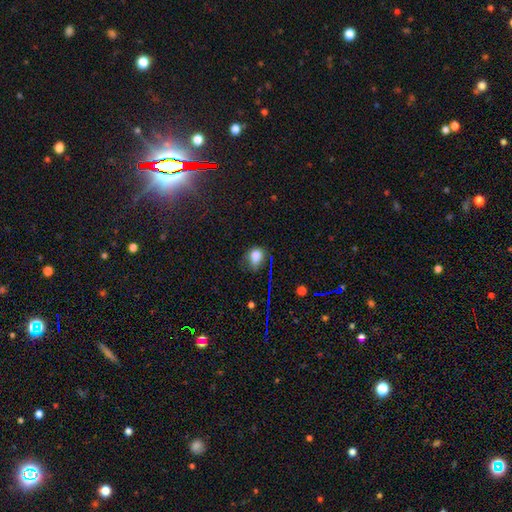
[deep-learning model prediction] The model was most divided on "how rounded": in between: 54%, round: 45%, cigar-shaped: 2%. Remaining: smooth or featured — smooth (78%); merging — none (49%).